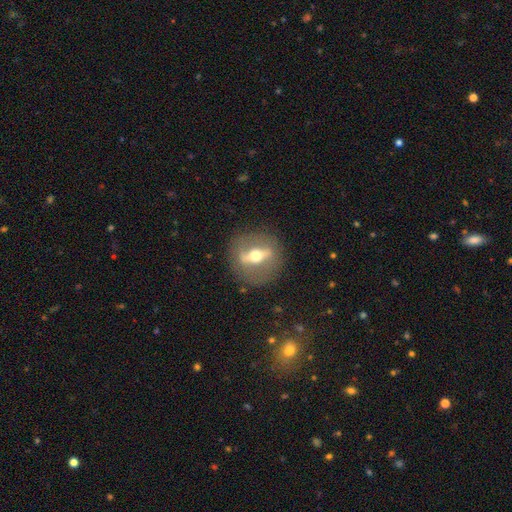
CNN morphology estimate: Q: Smooth or featured?
A: featured or disk (71%); runner-up: smooth (22%)
Q: Edge-on disk?
A: no (67%); runner-up: yes (33%)
Q: Merging?
A: none (84%); runner-up: minor disturbance (10%)